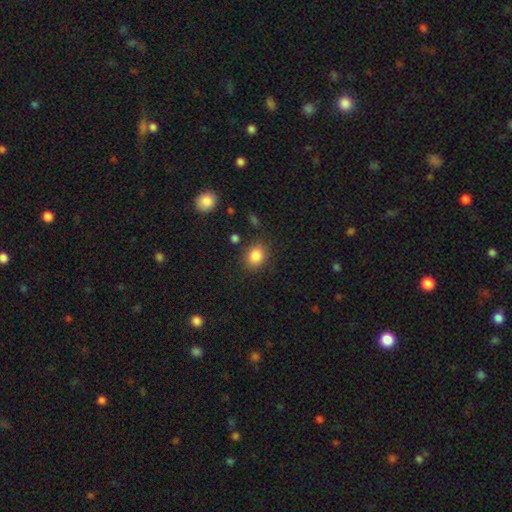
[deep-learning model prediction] Overall: smooth (86%). How rounded: round (54%; in between 45%). Merging: none (82%).